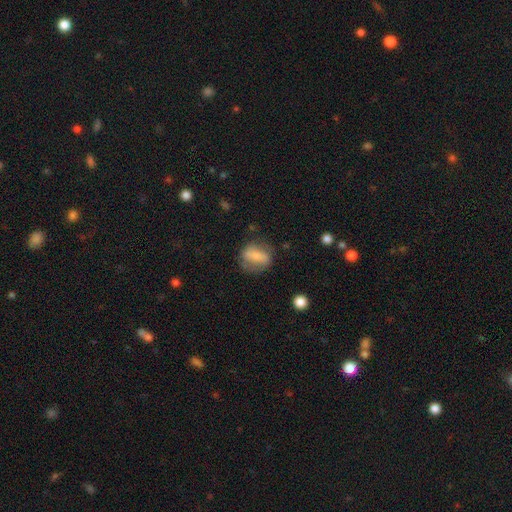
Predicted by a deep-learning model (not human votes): Smooth or featured?
  - smooth: 63% *
  - featured or disk: 29%
  - star or artifact: 8%
How rounded?
  - in between: 65% *
  - round: 29%
  - cigar-shaped: 6%
Merging?
  - none: 63% *
  - minor disturbance: 23%
  - major disturbance: 12%
  - merger: 2%